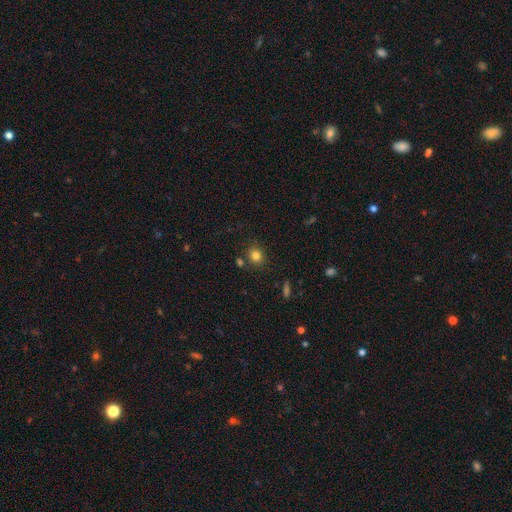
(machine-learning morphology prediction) A smooth galaxy with no disk features (81%) that is round (76%). Merging: none (80%).